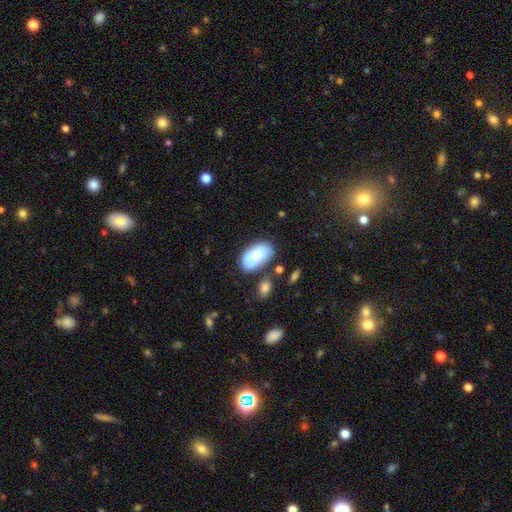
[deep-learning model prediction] This is likely a smooth galaxy (70%). How rounded: clearly in between (93%). Merging: possibly none (56%).